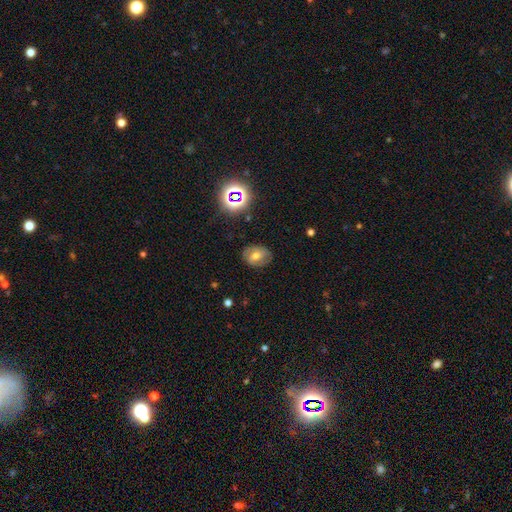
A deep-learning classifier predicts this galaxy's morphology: Q: Smooth or featured?
A: smooth (45%); runner-up: featured or disk (39%)
Q: Merging?
A: none (78%); runner-up: minor disturbance (15%)